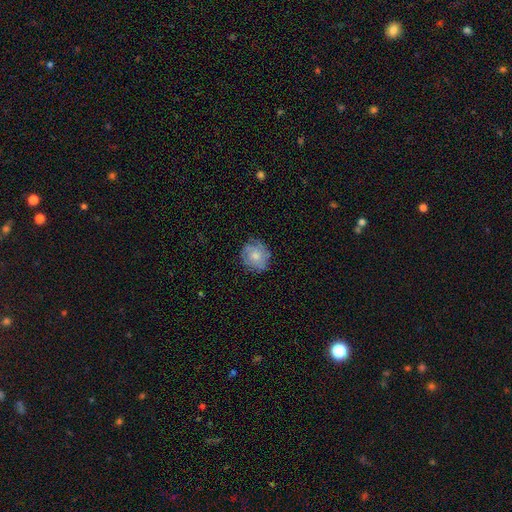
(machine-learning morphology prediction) Smooth or featured? smooth (56%)
How rounded? round (78%)
Merging? none (70%)